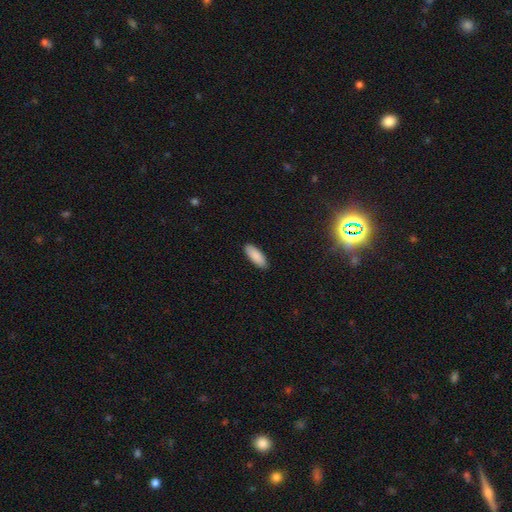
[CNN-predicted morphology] smooth-or-featured: smooth: 90% | star or artifact: 6% | featured or disk: 4%
  how-rounded: in between: 73% | cigar-shaped: 25% | round: 2%
  merging: none: 90% | minor disturbance: 8% | major disturbance: 2% | merger: 1%